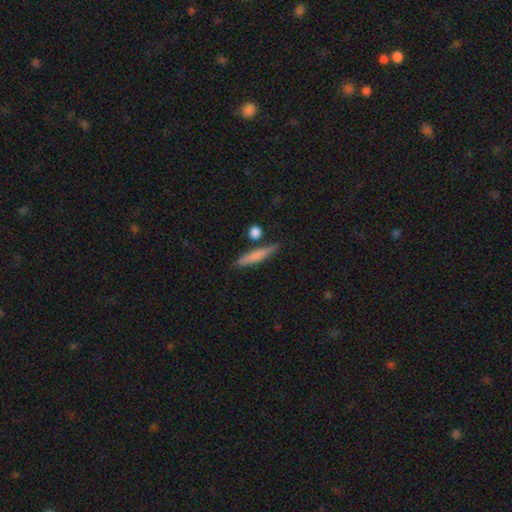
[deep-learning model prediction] A smooth galaxy with no disk features (71%) that is cigar-shaped (87%). Merging: none (79%).